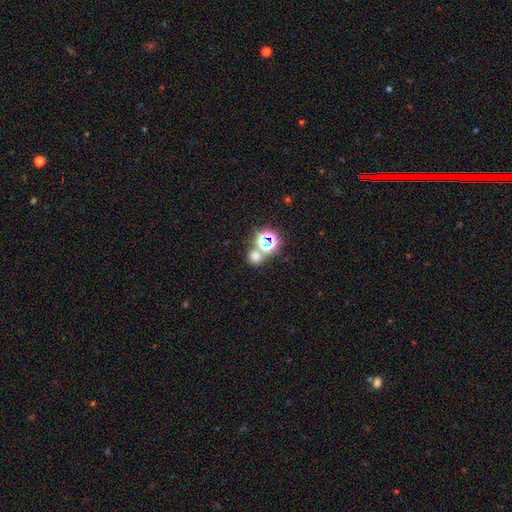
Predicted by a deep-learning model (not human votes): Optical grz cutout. It shows a smooth galaxy with no disk features (61%) that is round (82%). Merging: none (59%).